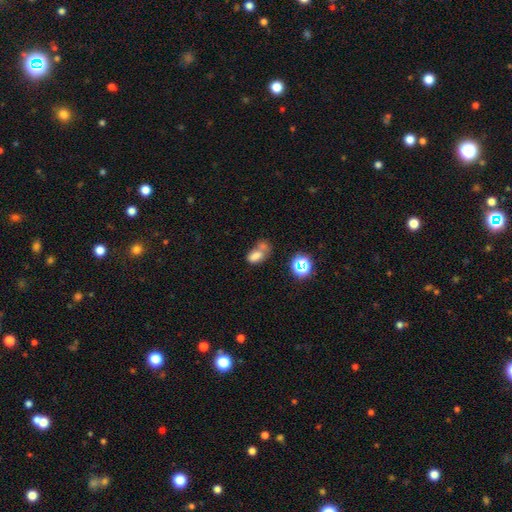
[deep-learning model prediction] Q: Smooth or featured?
A: smooth (70%); runner-up: star or artifact (16%)
Q: How rounded?
A: in between (83%); runner-up: round (15%)
Q: Merging?
A: merger (49%); runner-up: none (28%)